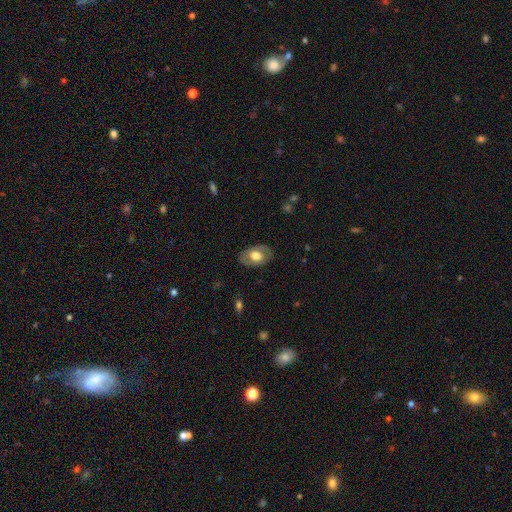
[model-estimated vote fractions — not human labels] Q: Smooth or featured?
A: smooth (55%); runner-up: featured or disk (39%)
Q: How rounded?
A: in between (85%); runner-up: round (14%)
Q: Merging?
A: none (81%); runner-up: minor disturbance (13%)